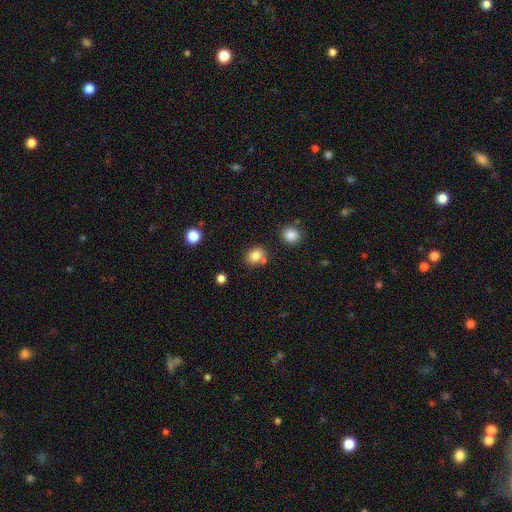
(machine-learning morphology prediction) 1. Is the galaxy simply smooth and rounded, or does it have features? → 81% smooth, 11% star or artifact, 8% featured or disk.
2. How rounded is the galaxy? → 63% round, 36% in between, 1% cigar-shaped.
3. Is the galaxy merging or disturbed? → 66% none, 15% merger, 14% minor disturbance, 4% major disturbance.